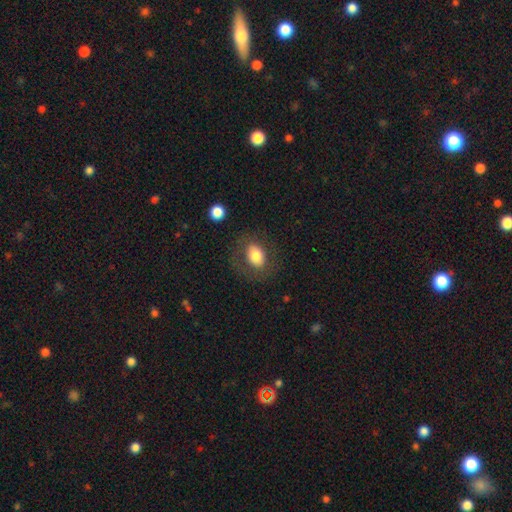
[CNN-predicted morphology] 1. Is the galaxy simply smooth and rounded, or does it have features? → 72% smooth, 20% featured or disk, 8% star or artifact.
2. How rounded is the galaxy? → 66% in between, 33% round, 1% cigar-shaped.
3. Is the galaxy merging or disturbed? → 75% none, 14% minor disturbance, 10% major disturbance, 2% merger.